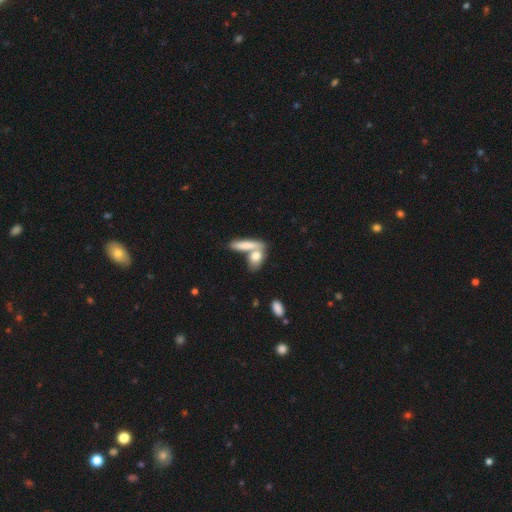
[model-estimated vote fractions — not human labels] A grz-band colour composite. It shows a smooth galaxy with no disk features (74%) that is in between round and cigar-shaped (63%). Merging: merger (47%).